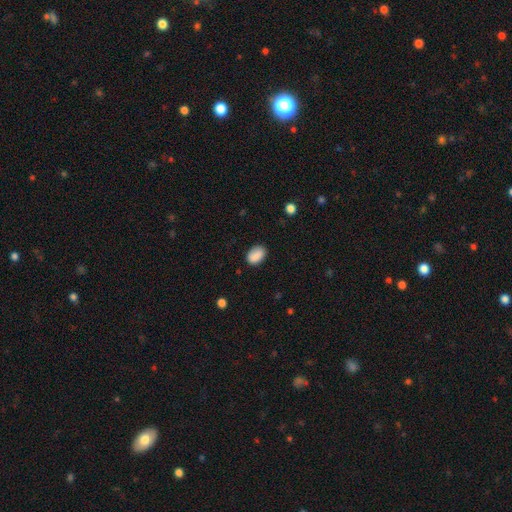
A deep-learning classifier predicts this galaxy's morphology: A smooth galaxy with no disk features (89%) that is in between round and cigar-shaped (84%).

Vote fractions:
- Smooth or featured? smooth: 89% / star or artifact: 8% / featured or disk: 3%
- How rounded? in between: 84% / round: 14% / cigar-shaped: 1%
- Merging? none: 83% / minor disturbance: 13% / major disturbance: 3% / merger: 1%